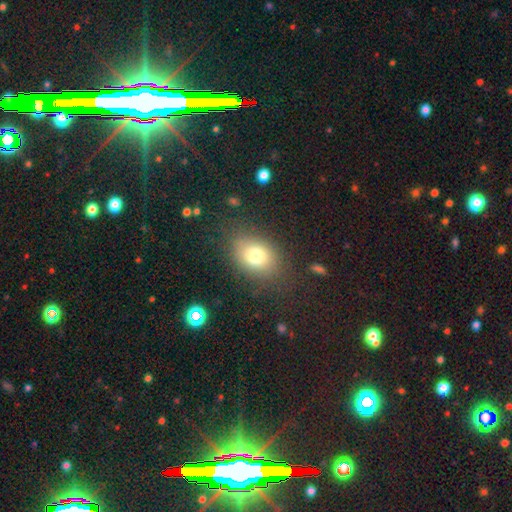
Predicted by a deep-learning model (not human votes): Morphology: type=smooth (76%); roundness=in between (62%); merging=none (77%).